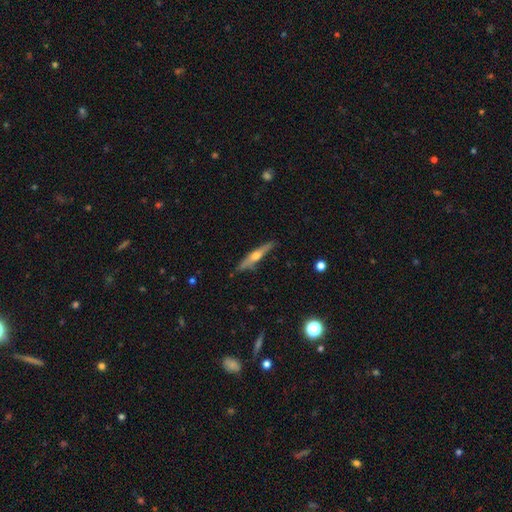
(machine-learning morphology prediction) Smooth or featured? Predicted: featured or disk (p=0.58). Edge-on disk? Predicted: yes (p=0.95). Edge-on bulge? Predicted: rounded (p=0.89). Merging? Predicted: none (p=0.83).